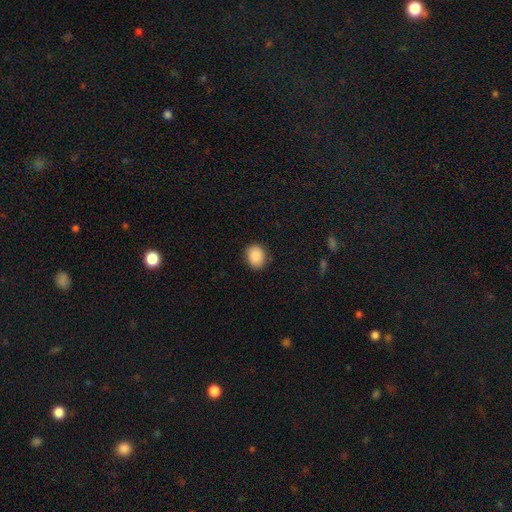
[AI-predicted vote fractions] This is clearly a smooth galaxy (88%). How rounded: possibly in between (52%). Merging: clearly none (86%).